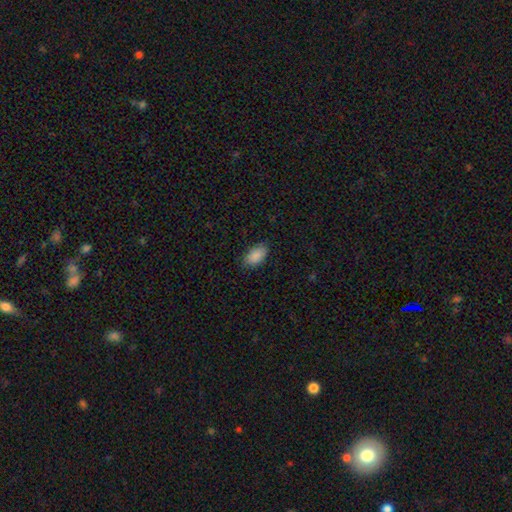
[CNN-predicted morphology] Smooth or featured?
  - smooth: 89% *
  - star or artifact: 7%
  - featured or disk: 5%
How rounded?
  - in between: 94% *
  - round: 4%
  - cigar-shaped: 2%
Merging?
  - none: 84% *
  - minor disturbance: 13%
  - major disturbance: 3%
  - merger: 1%